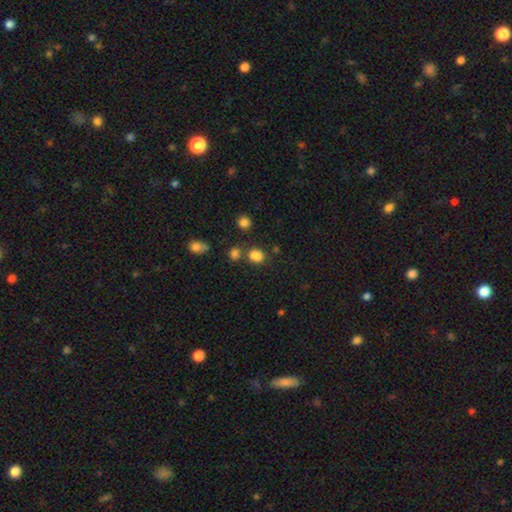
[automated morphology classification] smooth_or_featured: smooth (p=0.79) [alt: star or artifact p=0.15]
how_rounded: round (p=0.52) [alt: in between p=0.47]
merging: none (p=0.61) [alt: merger p=0.21]